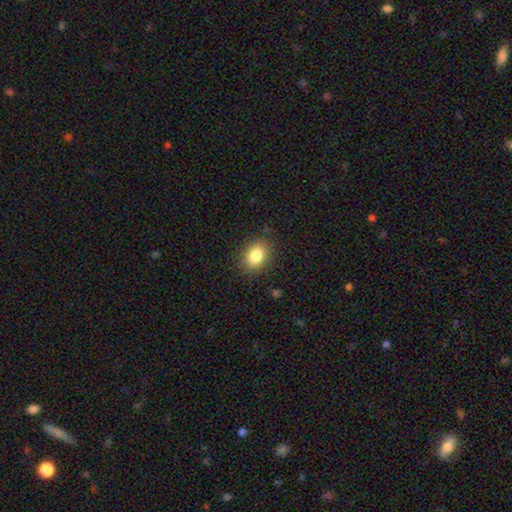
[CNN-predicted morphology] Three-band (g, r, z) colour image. It shows a smooth galaxy with no disk features (83%) that is in between round and cigar-shaped (61%). Merging: none (86%).